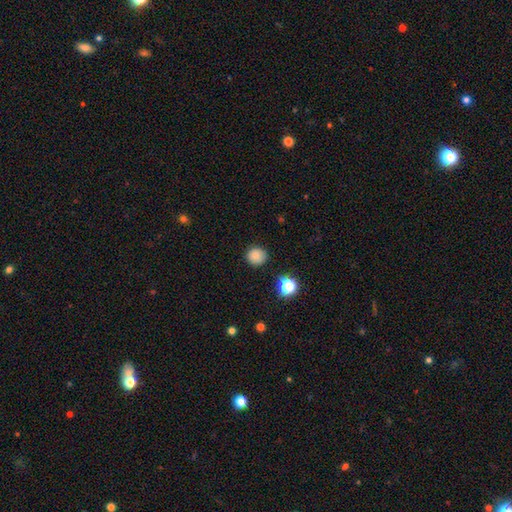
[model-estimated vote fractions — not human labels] smooth_or_featured: smooth (p=0.79) [alt: star or artifact p=0.13]
how_rounded: round (p=0.91) [alt: in between p=0.08]
merging: none (p=0.86) [alt: minor disturbance p=0.10]